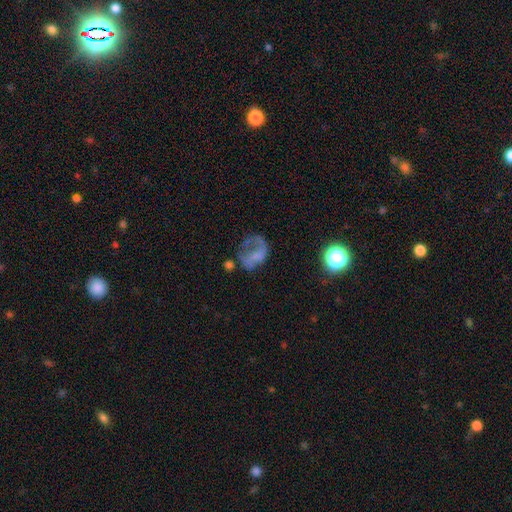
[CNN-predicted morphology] Overall: featured or disk (46%; smooth 37%). Merging: major disturbance (44%; none 30%).